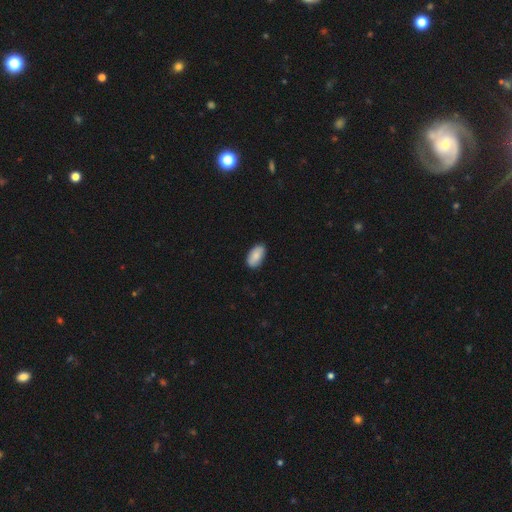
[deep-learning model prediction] Smooth or featured? Predicted: smooth (p=0.88). How rounded? Predicted: in between (p=0.95). Merging? Predicted: none (p=0.86).